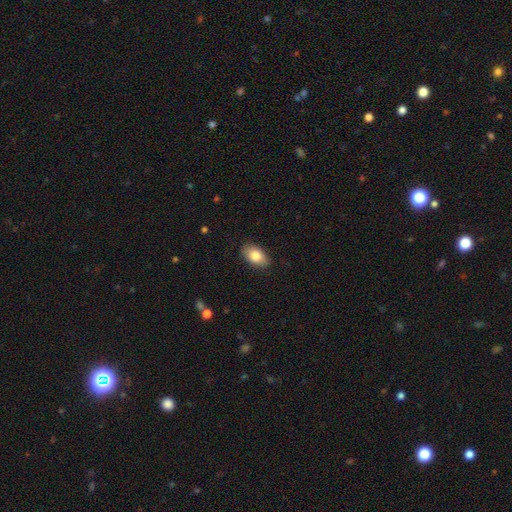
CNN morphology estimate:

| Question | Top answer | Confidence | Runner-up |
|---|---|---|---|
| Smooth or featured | smooth | 82% | featured or disk (11%) |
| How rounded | in between | 90% | round (9%) |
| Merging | none | 85% | minor disturbance (12%) |